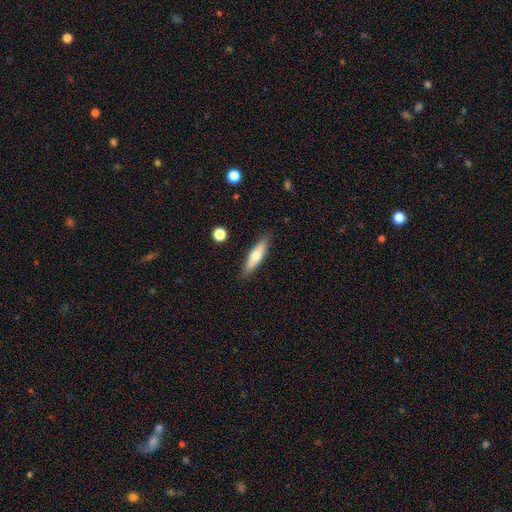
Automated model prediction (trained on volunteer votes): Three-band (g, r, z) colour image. It shows a smooth galaxy with no disk features (62%) that is cigar-shaped (65%). Merging: none (86%).